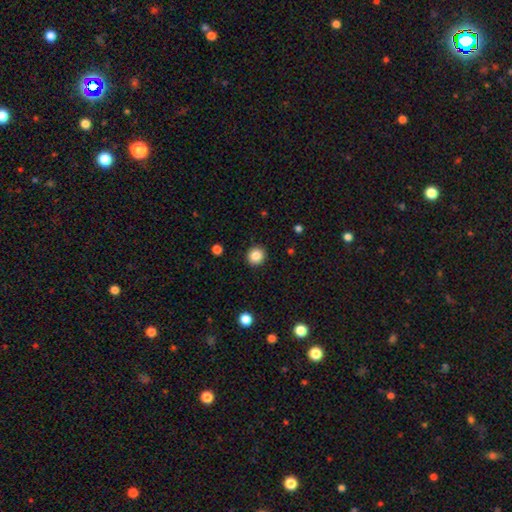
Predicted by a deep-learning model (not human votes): smooth_or_featured: smooth (p=0.85) [alt: star or artifact p=0.10]
how_rounded: round (p=0.92) [alt: in between p=0.07]
merging: none (p=0.92) [alt: minor disturbance p=0.05]